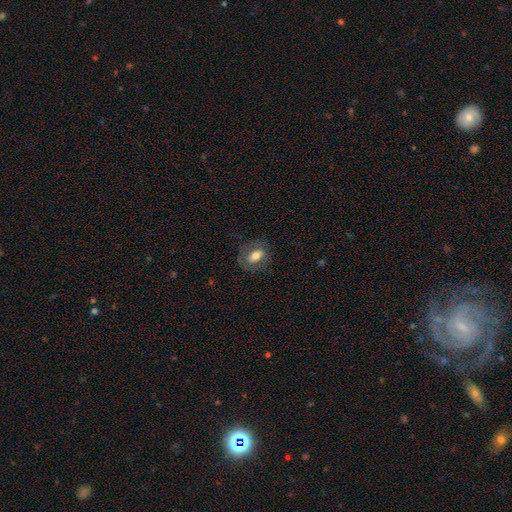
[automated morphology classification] Smooth or featured?
  - smooth: 61% *
  - featured or disk: 31%
  - star or artifact: 8%
How rounded?
  - in between: 73% *
  - round: 25%
  - cigar-shaped: 3%
Merging?
  - none: 76% *
  - minor disturbance: 15%
  - major disturbance: 8%
  - merger: 1%